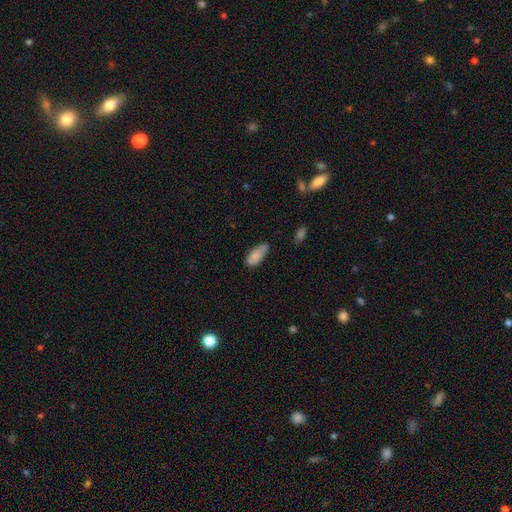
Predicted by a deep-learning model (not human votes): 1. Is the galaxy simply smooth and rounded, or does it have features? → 80% smooth, 13% featured or disk, 7% star or artifact.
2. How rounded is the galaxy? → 84% in between, 14% cigar-shaped, 2% round.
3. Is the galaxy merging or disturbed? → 60% none, 31% minor disturbance, 6% major disturbance, 3% merger.